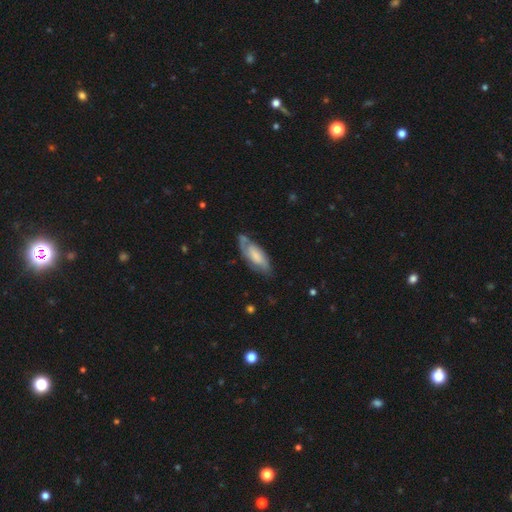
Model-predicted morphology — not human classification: The model was most divided on "bulge size" (2-way tie): moderate: 27%, small: 27%, none: 22%, large: 21%, dominant: 3%. More confident: edge-on disk — no (88%); spiral arms — yes (86%); merging — none (60%); smooth or featured — featured or disk (59%); bar — no (58%).